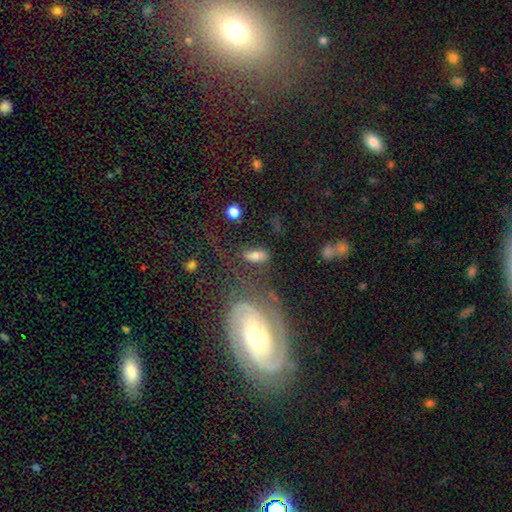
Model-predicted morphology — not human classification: Smooth or featured: smooth — 69% (featured or disk — 18%)
How rounded: in between — 76% (cigar-shaped — 17%)
Merging: none — 64% (minor disturbance — 17%)